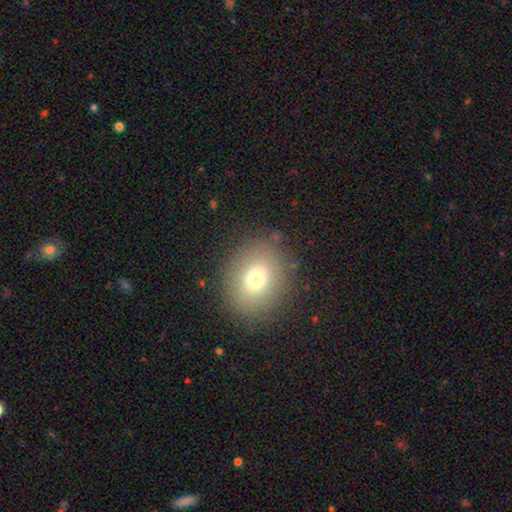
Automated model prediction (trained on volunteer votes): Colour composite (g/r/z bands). It shows a smooth galaxy with no disk features (74%) that is round (58%). Merging: none (89%).